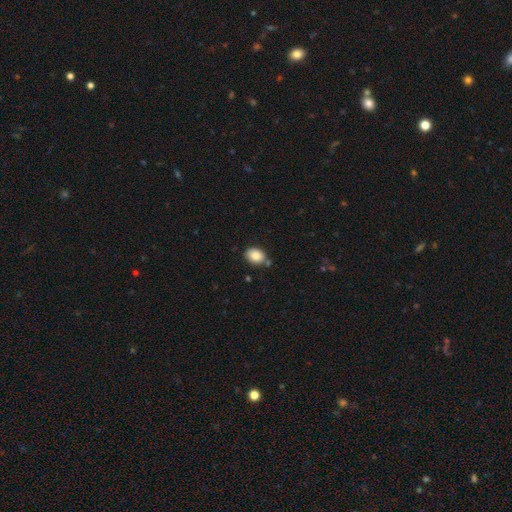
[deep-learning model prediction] Overall: smooth (87%). How rounded: in between (67%; round 32%). Merging: none (75%).